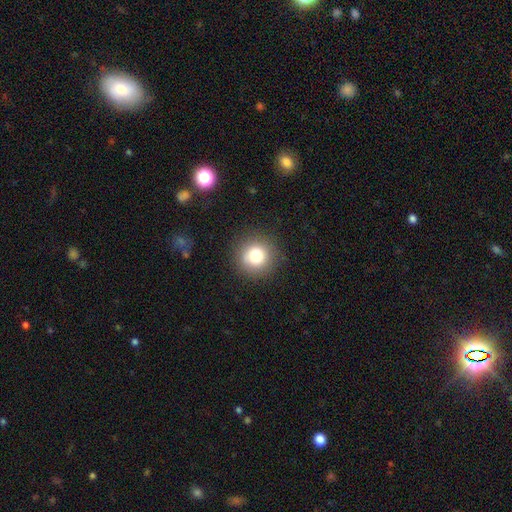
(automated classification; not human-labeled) Smooth or featured: smooth — 78% (star or artifact — 12%)
How rounded: round — 93% (in between — 6%)
Merging: none — 88% (minor disturbance — 8%)